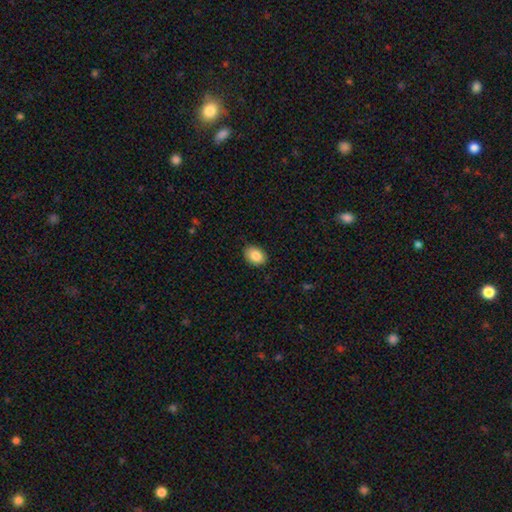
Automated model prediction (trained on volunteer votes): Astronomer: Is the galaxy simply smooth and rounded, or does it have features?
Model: smooth — 87%.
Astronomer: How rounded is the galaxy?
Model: in between — 77%.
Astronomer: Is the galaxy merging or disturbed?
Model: none — 87%.